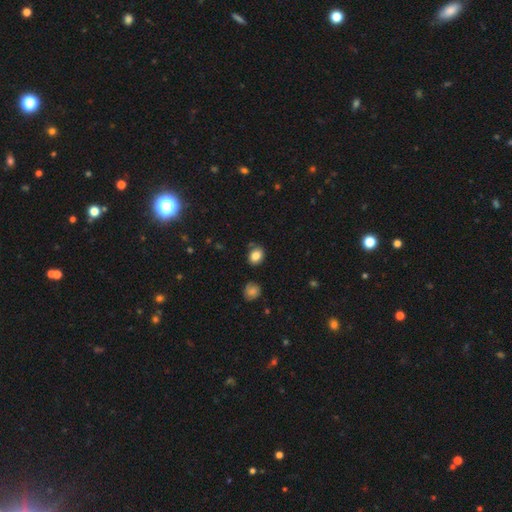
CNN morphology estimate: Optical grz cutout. It shows a smooth galaxy with no disk features (83%) that is in between round and cigar-shaped (51%). Merging: none (78%).